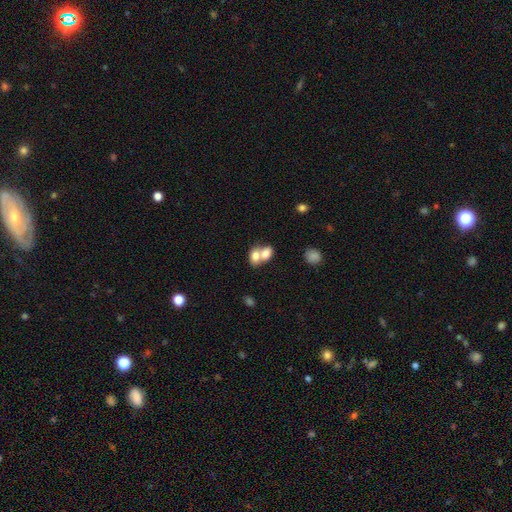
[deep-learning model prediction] smooth_or_featured: smooth (p=0.75) [alt: featured or disk p=0.17]
how_rounded: in between (p=0.71) [alt: round p=0.28]
merging: merger (p=0.73) [alt: none p=0.19]